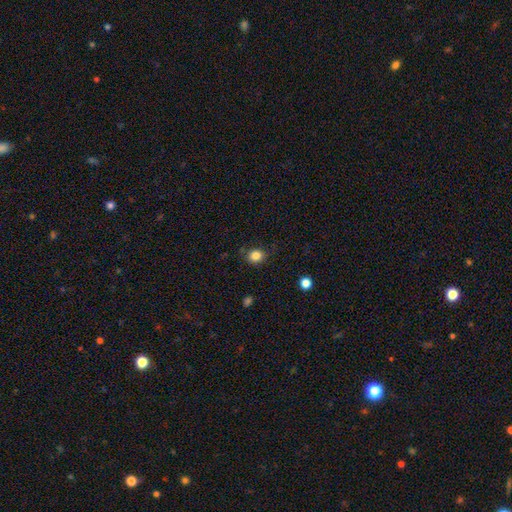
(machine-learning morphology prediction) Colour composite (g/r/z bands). It shows a smooth galaxy with no disk features (84%) that is round (70%). Merging: none (82%).